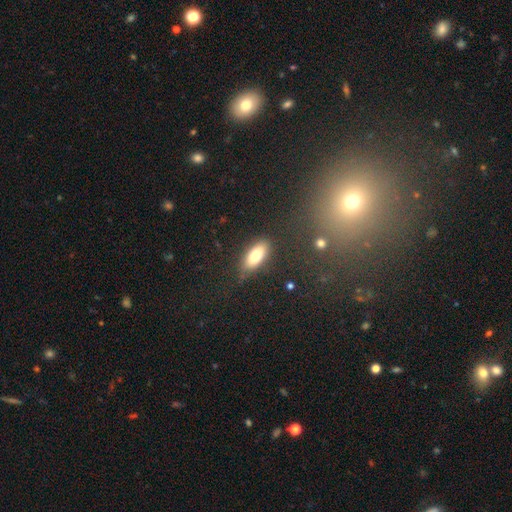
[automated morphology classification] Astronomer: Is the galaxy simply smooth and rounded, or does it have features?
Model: smooth — 77%.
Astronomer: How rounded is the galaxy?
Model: in between — 81%.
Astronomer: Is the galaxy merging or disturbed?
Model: none — 81%.